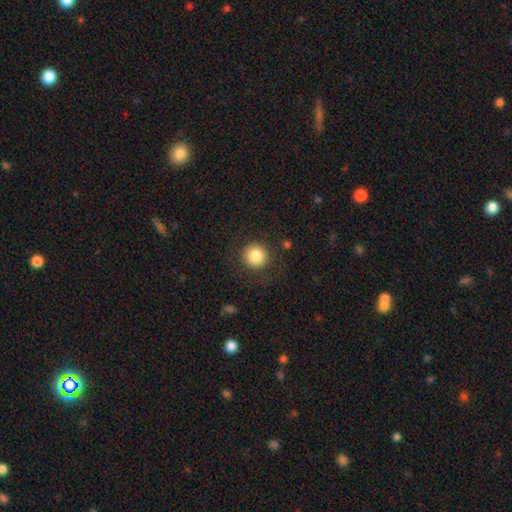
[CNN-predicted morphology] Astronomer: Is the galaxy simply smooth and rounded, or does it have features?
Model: smooth — 85%.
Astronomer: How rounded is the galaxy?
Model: round — 95%.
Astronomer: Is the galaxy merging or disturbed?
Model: none — 86%.